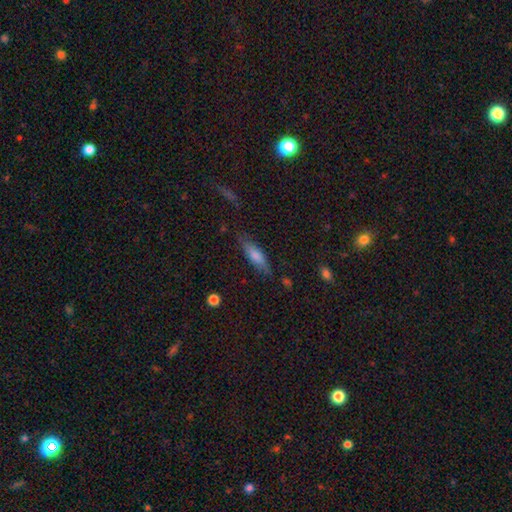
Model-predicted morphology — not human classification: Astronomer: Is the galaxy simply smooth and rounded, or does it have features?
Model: smooth — 68%.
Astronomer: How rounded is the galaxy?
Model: cigar-shaped — 54% (runner-up: in between, 44%).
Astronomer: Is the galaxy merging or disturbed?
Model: none — 74%.